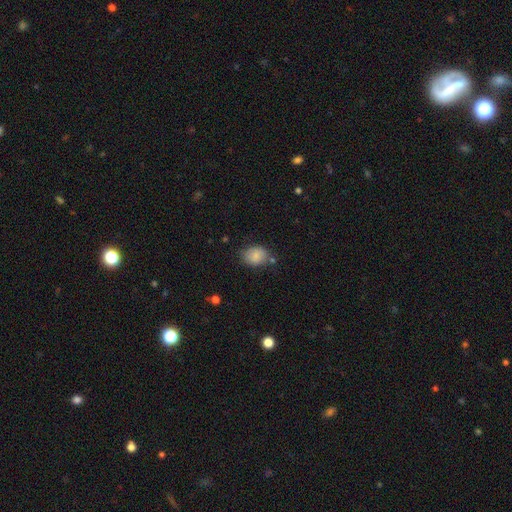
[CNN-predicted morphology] smooth_or_featured: smooth (p=0.84) [alt: star or artifact p=0.08]
how_rounded: in between (p=0.62) [alt: round p=0.37]
merging: none (p=0.74) [alt: minor disturbance p=0.17]